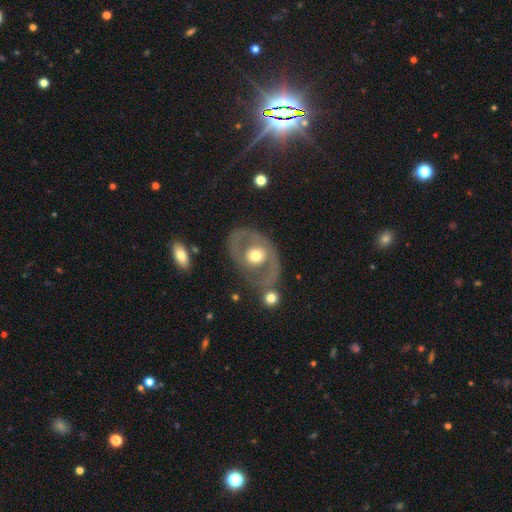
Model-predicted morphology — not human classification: featured or disk 62%, smooth 33%, star or artifact 6%. Down the decision tree: edge-on disk — no (93%); bar — no (81%); spiral arms — no (71%); bulge size — moderate (66%); merging — none (65%).